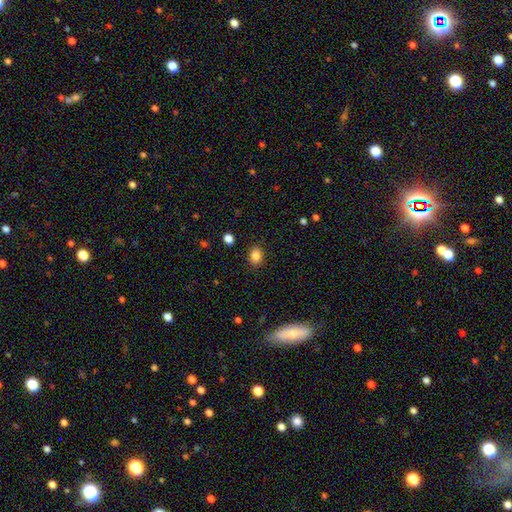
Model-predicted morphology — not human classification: smooth_or_featured: smooth (p=0.85) [alt: star or artifact p=0.11]
how_rounded: round (p=0.50) [alt: in between p=0.49]
merging: none (p=0.88) [alt: minor disturbance p=0.08]